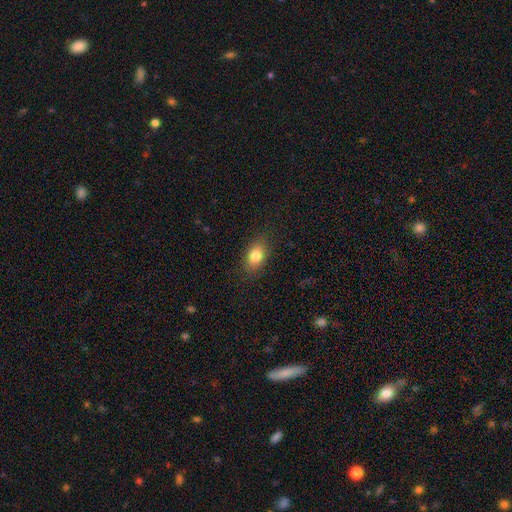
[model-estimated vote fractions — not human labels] Smooth or featured: smooth — 82% (featured or disk — 10%)
How rounded: in between — 83% (round — 14%)
Merging: none — 85% (minor disturbance — 11%)